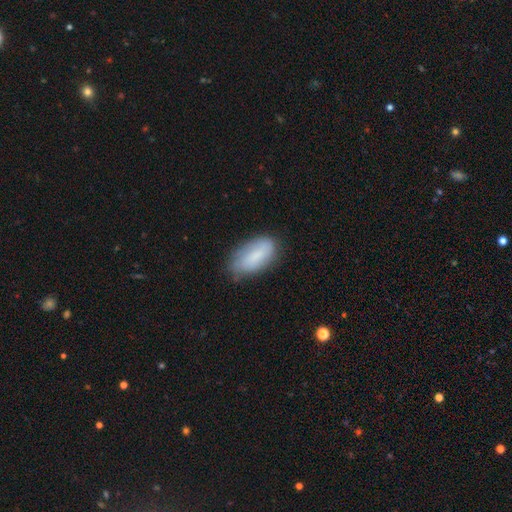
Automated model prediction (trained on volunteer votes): Q: Smooth or featured?
A: smooth (72%); runner-up: featured or disk (21%)
Q: How rounded?
A: in between (92%); runner-up: cigar-shaped (5%)
Q: Merging?
A: none (67%); runner-up: minor disturbance (26%)